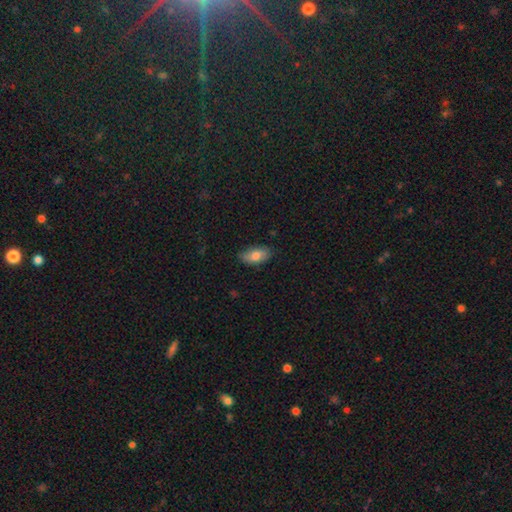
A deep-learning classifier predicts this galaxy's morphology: This is likely a smooth galaxy (79%). How rounded: clearly in between (91%). Merging: clearly none (82%).